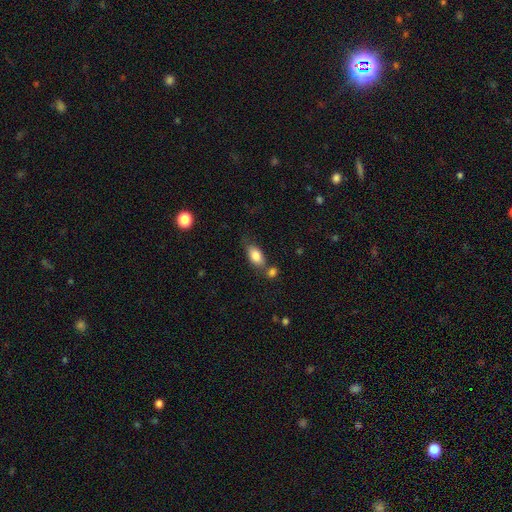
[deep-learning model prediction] This is clearly a smooth galaxy (83%). How rounded: clearly in between (88%). Merging: possibly none (58%).